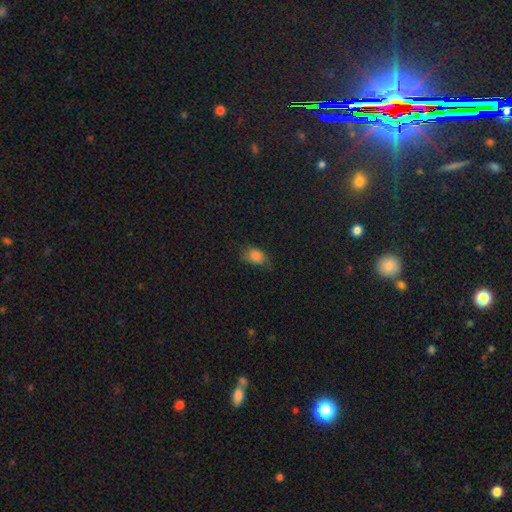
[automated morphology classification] Overall: smooth (83%). How rounded: in between (72%). Merging: none (55%; minor disturbance 32%).